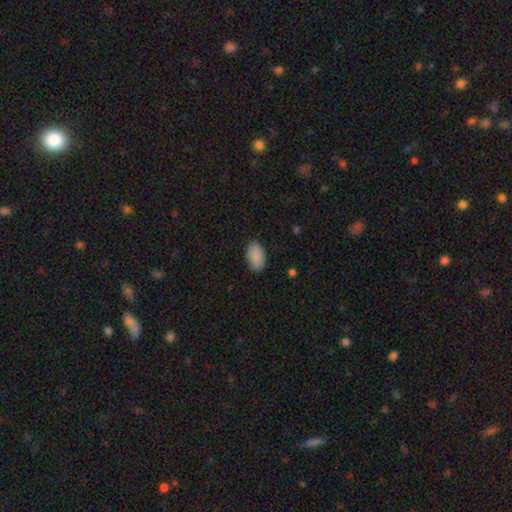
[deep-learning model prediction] This is clearly a smooth galaxy (90%). How rounded: clearly in between (93%). Merging: clearly none (85%).